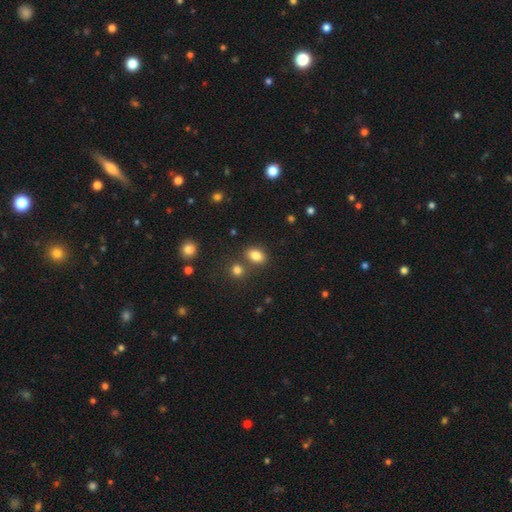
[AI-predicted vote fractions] Smooth or featured: smooth — 83% (star or artifact — 11%)
How rounded: in between — 76% (round — 23%)
Merging: none — 71% (merger — 15%)